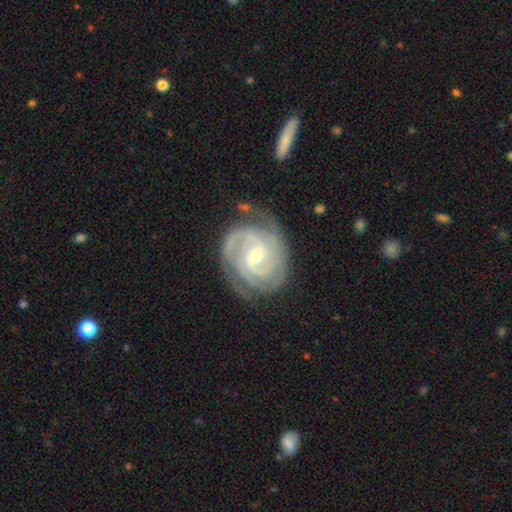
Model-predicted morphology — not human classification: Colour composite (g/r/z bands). It shows a featured or disk galaxy (91%) with no bar (43%), 3 (35%) tight (69%) spiral arms (98%) and a small central bulge (56%). Merging: none (73%).